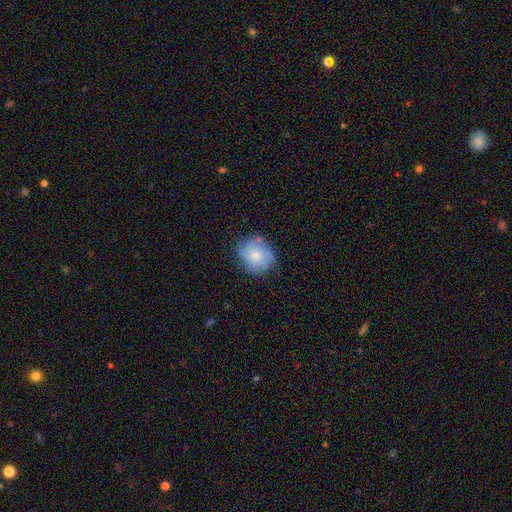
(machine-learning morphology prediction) Smooth or featured: smooth — 62% (featured or disk — 29%)
How rounded: round — 80% (in between — 19%)
Merging: none — 71% (minor disturbance — 21%)